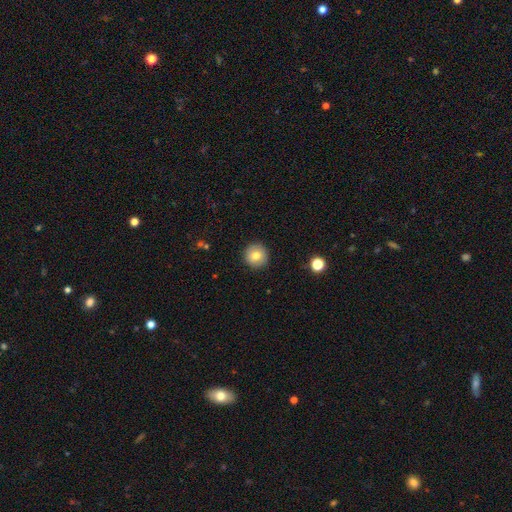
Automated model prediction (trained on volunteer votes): The model was most divided on "smooth or featured": smooth: 79%, featured or disk: 12%, star or artifact: 9%. More confident: how rounded — round (95%); merging — none (92%).